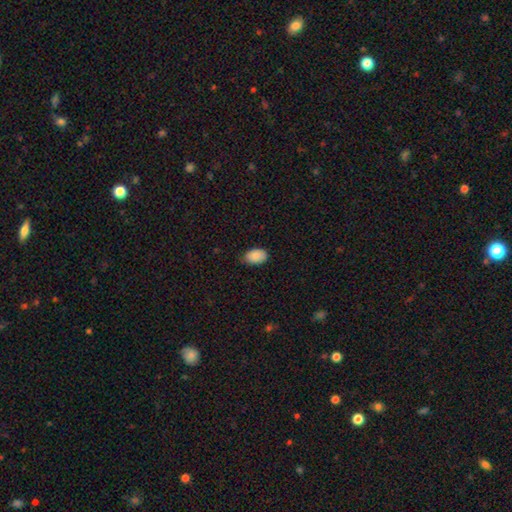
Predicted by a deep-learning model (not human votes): A smooth galaxy with no disk features (88%) that is in between round and cigar-shaped (90%). Merging: none (74%).